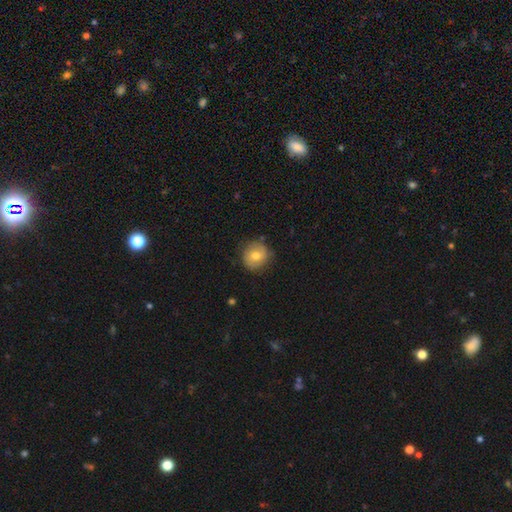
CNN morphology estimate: This is likely a smooth galaxy (68%). How rounded: clearly round (88%). Merging: clearly none (81%).